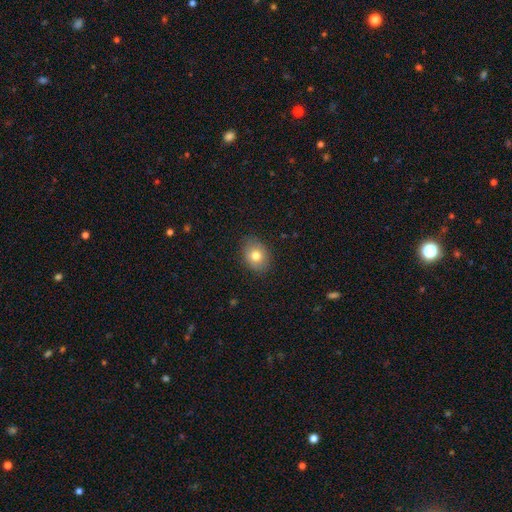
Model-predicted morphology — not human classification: Smooth or featured?
  - smooth: 78% *
  - featured or disk: 13%
  - star or artifact: 10%
How rounded?
  - in between: 56% *
  - round: 43%
  - cigar-shaped: 1%
Merging?
  - none: 86% *
  - minor disturbance: 11%
  - major disturbance: 2%
  - merger: 1%